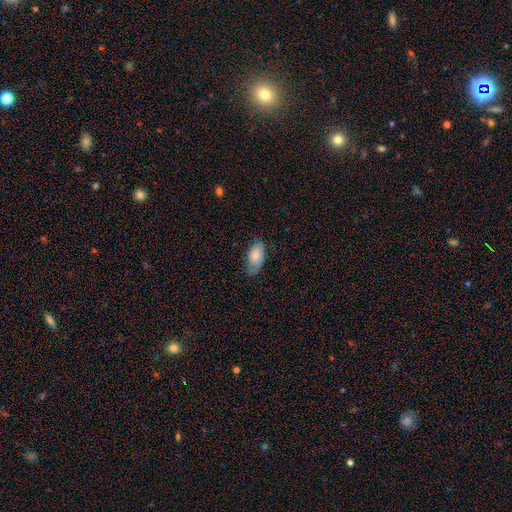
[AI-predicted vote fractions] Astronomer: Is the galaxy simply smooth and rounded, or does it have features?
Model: smooth — 77%.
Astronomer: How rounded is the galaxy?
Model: in between — 92%.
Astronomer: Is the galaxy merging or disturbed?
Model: none — 70%.